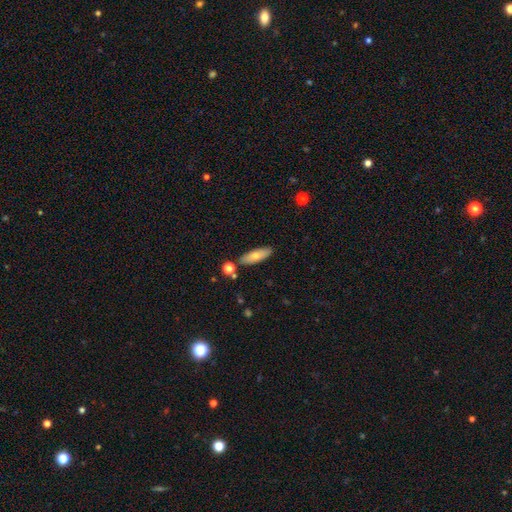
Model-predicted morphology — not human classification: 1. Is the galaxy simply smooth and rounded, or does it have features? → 74% smooth, 19% featured or disk, 7% star or artifact.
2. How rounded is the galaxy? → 58% in between, 39% cigar-shaped, 3% round.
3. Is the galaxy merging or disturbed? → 82% none, 11% minor disturbance, 5% merger, 2% major disturbance.